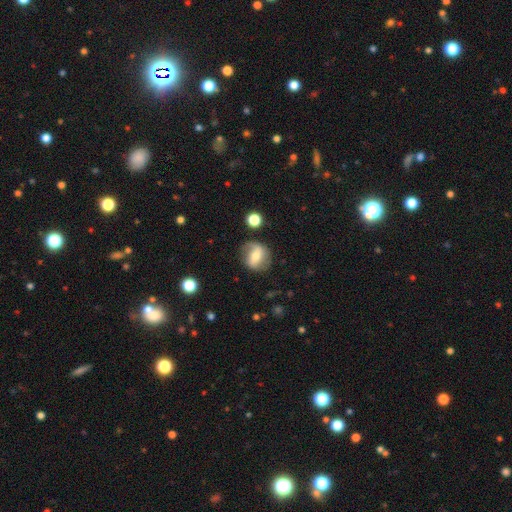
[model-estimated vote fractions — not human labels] Q: Smooth or featured?
A: featured or disk (53%); runner-up: smooth (38%)
Q: Edge-on disk?
A: no (93%); runner-up: yes (7%)
Q: Merging?
A: none (73%); runner-up: minor disturbance (17%)